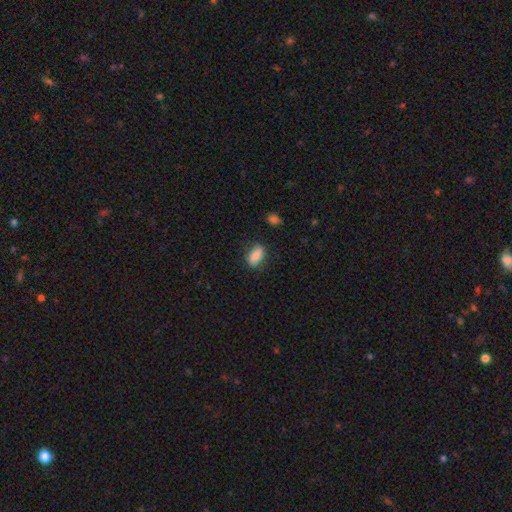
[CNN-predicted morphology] Q: Smooth or featured?
A: smooth (84%); runner-up: featured or disk (9%)
Q: How rounded?
A: in between (85%); runner-up: round (8%)
Q: Merging?
A: none (75%); runner-up: minor disturbance (19%)